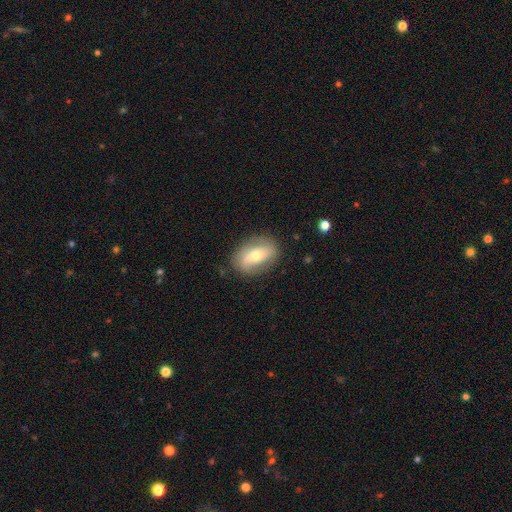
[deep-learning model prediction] The model was most divided on "smooth or featured": featured or disk: 50%, smooth: 42%, star or artifact: 7%. More confident: edge-on disk — no (88%); merging — none (80%).